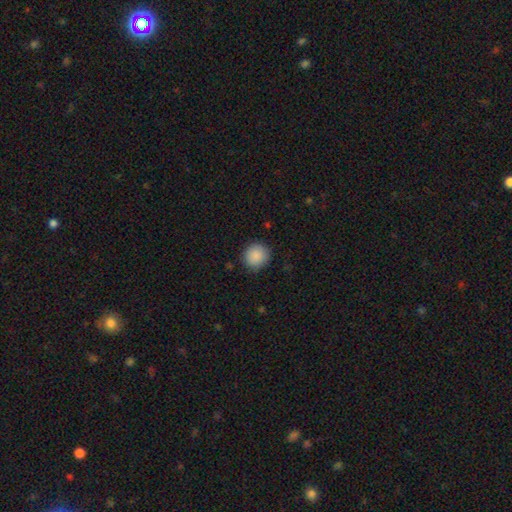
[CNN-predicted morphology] Smooth or featured: smooth — 89% (star or artifact — 8%)
How rounded: round — 88% (in between — 11%)
Merging: none — 87% (minor disturbance — 10%)